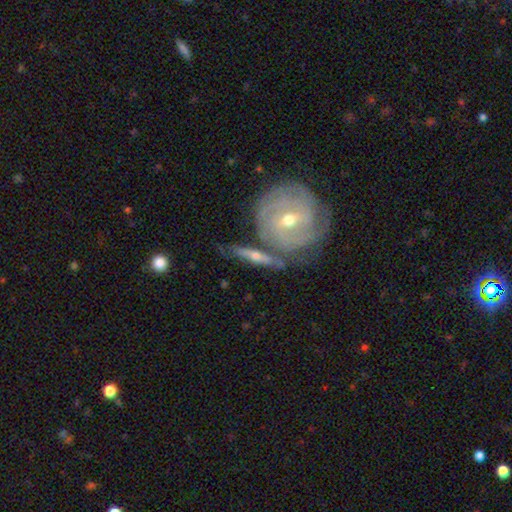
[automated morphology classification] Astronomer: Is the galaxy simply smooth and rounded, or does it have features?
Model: featured or disk — 66%.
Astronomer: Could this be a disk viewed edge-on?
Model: yes — 57% (runner-up: no, 43%).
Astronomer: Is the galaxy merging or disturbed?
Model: none — 63%.